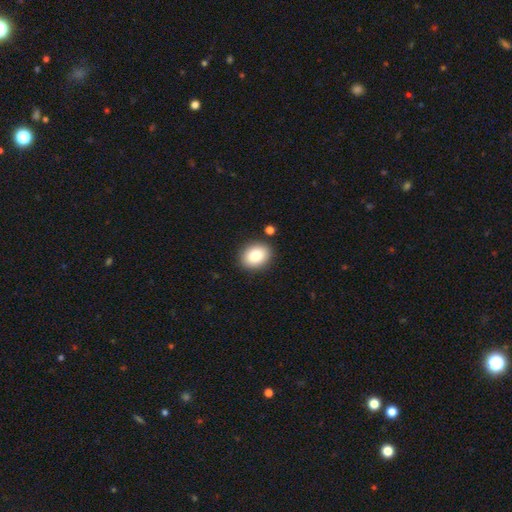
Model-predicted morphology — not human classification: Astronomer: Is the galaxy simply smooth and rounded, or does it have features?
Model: smooth — 84%.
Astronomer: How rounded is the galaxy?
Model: in between — 58% (runner-up: round, 41%).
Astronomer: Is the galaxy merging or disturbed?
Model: none — 87%.